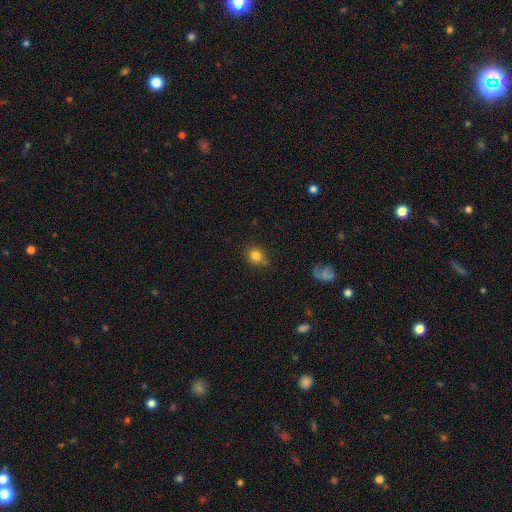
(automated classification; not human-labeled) This appears to be a smooth galaxy with no disk features (82%) that is round (70%). Merging: none (77%).